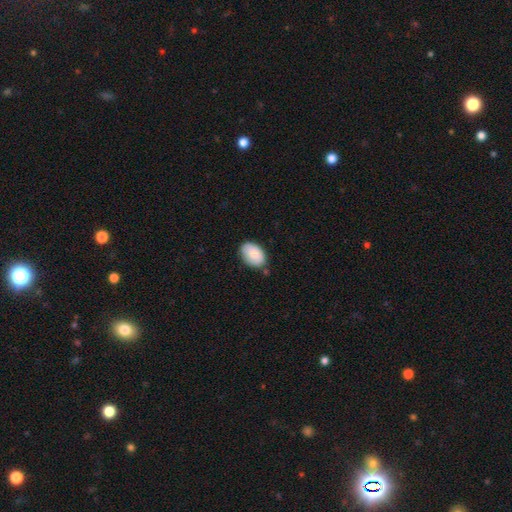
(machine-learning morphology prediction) Q: Smooth or featured?
A: smooth (83%); runner-up: featured or disk (11%)
Q: How rounded?
A: in between (88%); runner-up: round (11%)
Q: Merging?
A: none (75%); runner-up: minor disturbance (19%)